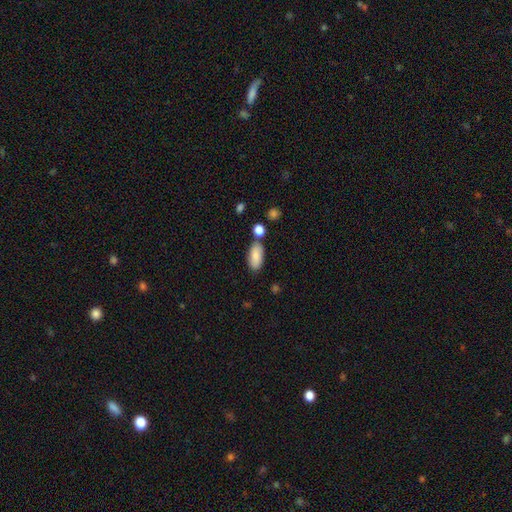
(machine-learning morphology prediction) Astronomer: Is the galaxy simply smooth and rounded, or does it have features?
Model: smooth — 86%.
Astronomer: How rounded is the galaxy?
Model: in between — 90%.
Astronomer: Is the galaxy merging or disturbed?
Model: none — 74%.